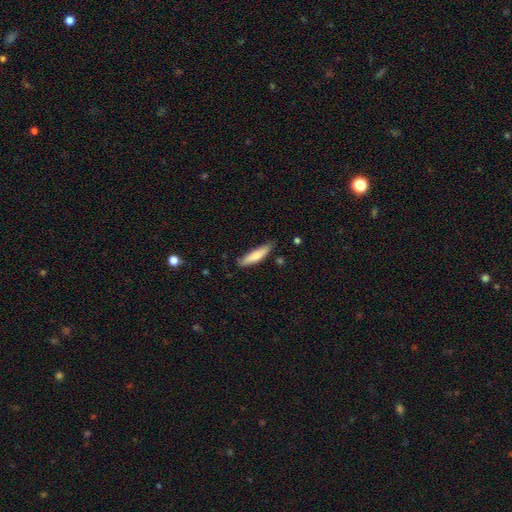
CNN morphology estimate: type=smooth (79%); roundness=cigar-shaped (75%); merging=none (75%).